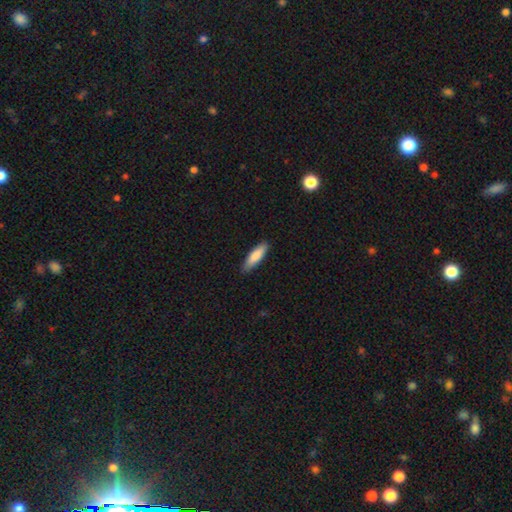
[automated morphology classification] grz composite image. It shows a smooth galaxy with no disk features (82%) that is cigar-shaped (62%). Merging: none (86%).